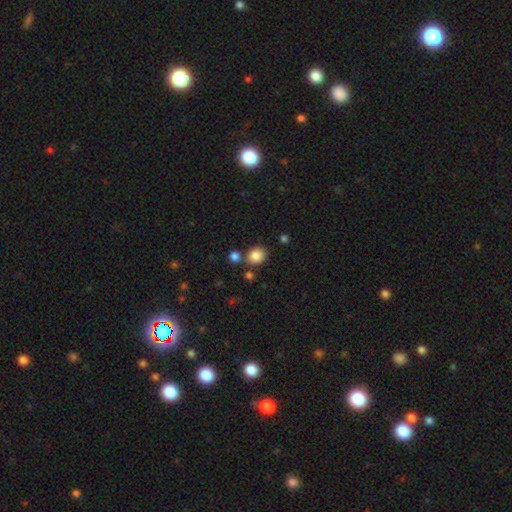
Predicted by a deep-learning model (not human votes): Smooth or featured?
  - smooth: 86% *
  - star or artifact: 10%
  - featured or disk: 5%
How rounded?
  - round: 62% *
  - in between: 37%
  - cigar-shaped: 1%
Merging?
  - none: 72% *
  - merger: 13%
  - minor disturbance: 11%
  - major disturbance: 3%